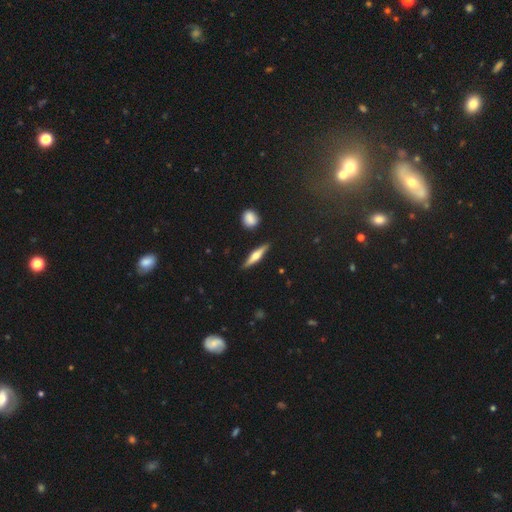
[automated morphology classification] Smooth or featured?
  - featured or disk: 58% *
  - smooth: 35%
  - star or artifact: 6%
Edge-on disk?
  - yes: 95% *
  - no: 5%
Edge-on bulge?
  - rounded: 90% *
  - boxy: 6%
  - none: 4%
Merging?
  - none: 87% *
  - minor disturbance: 9%
  - merger: 2%
  - major disturbance: 2%